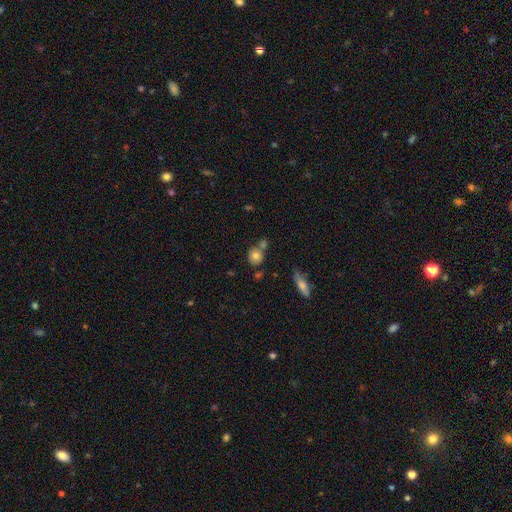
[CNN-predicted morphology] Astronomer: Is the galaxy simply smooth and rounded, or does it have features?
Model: smooth — 76%.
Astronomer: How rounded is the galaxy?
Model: round — 77%.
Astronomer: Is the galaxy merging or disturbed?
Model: none — 60%.